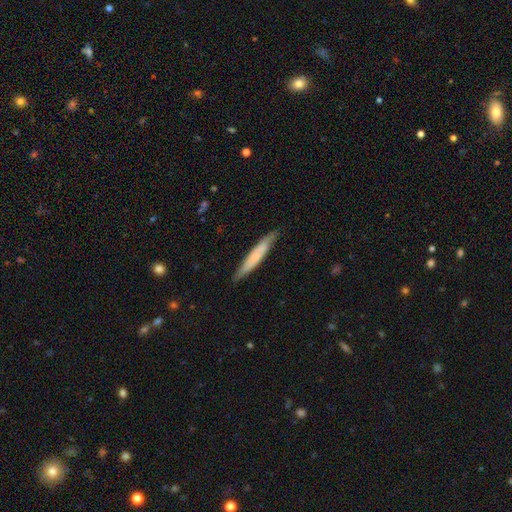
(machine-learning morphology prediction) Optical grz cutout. It shows a smooth galaxy with no disk features (56%) that is cigar-shaped (93%). Merging: none (84%).